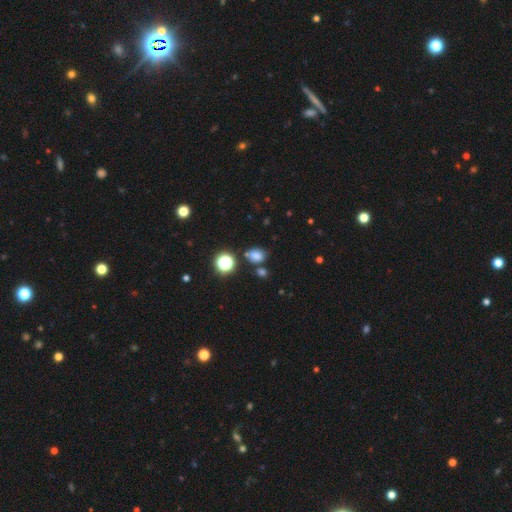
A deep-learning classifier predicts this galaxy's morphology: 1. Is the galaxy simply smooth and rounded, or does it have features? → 74% smooth, 21% star or artifact, 6% featured or disk.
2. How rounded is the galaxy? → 51% in between, 48% round, 1% cigar-shaped.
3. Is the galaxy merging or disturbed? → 69% none, 16% minor disturbance, 10% merger, 5% major disturbance.